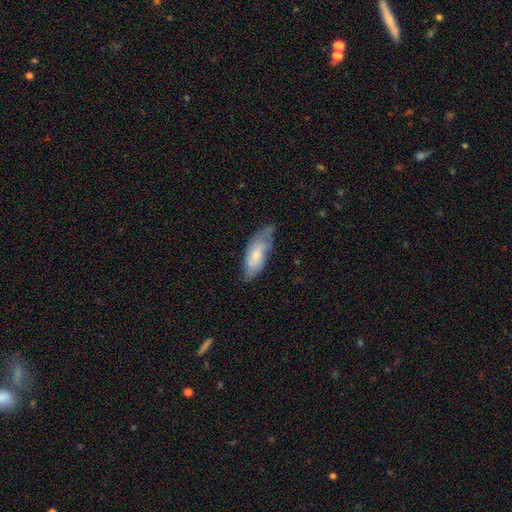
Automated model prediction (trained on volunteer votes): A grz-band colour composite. It shows a smooth galaxy with no disk features (61%) that is in between round and cigar-shaped (71%). Merging: none (58%).